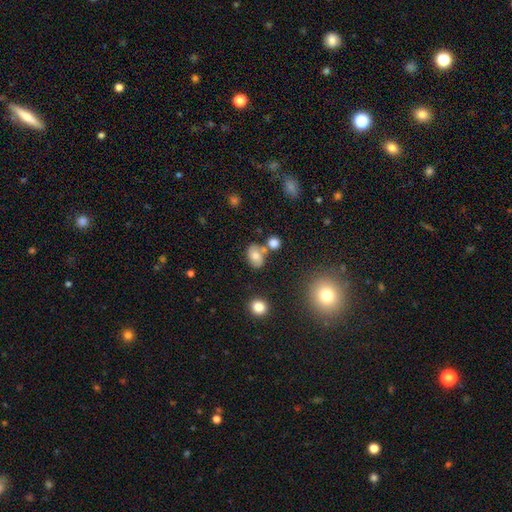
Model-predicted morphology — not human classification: Smooth or featured?
  - smooth: 71% *
  - featured or disk: 17%
  - star or artifact: 12%
How rounded?
  - in between: 72% *
  - round: 26%
  - cigar-shaped: 1%
Merging?
  - none: 65% *
  - merger: 16%
  - minor disturbance: 14%
  - major disturbance: 5%